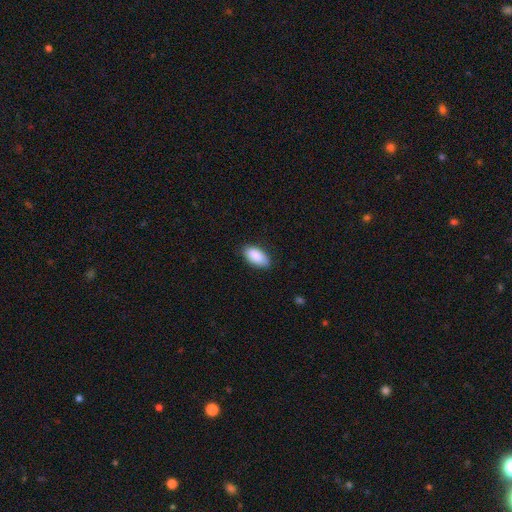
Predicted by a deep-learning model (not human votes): A smooth galaxy with no disk features (89%) that is in between round and cigar-shaped (94%).

Vote fractions:
- Smooth or featured? smooth: 89% / star or artifact: 6% / featured or disk: 4%
- How rounded? in between: 94% / cigar-shaped: 4% / round: 2%
- Merging? none: 82% / minor disturbance: 14% / major disturbance: 2% / merger: 1%